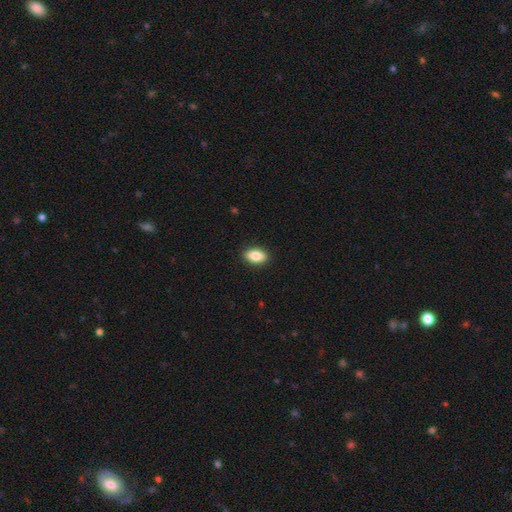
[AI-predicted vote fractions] smooth-or-featured: smooth: 84% | featured or disk: 9% | star or artifact: 7%
  how-rounded: in between: 88% | round: 6% | cigar-shaped: 6%
  merging: none: 89% | minor disturbance: 8% | major disturbance: 2% | merger: 1%